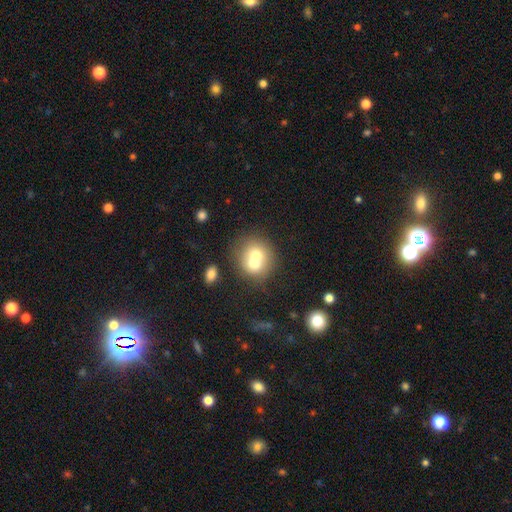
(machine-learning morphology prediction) A smooth galaxy with no disk features (66%) that is round (81%). Merging: merger (60%).